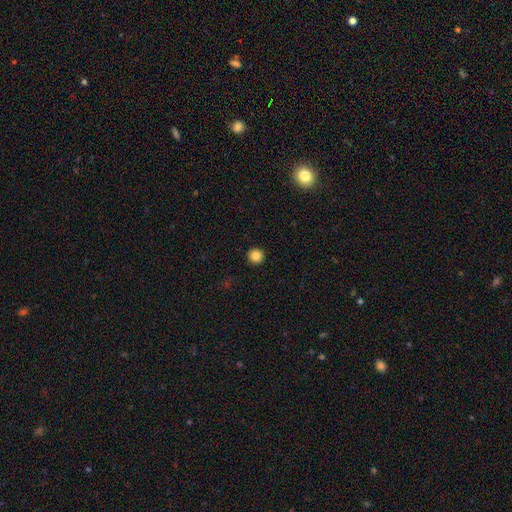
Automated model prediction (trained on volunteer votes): Morphology: type=smooth (84%); roundness=round (95%); merging=none (94%).